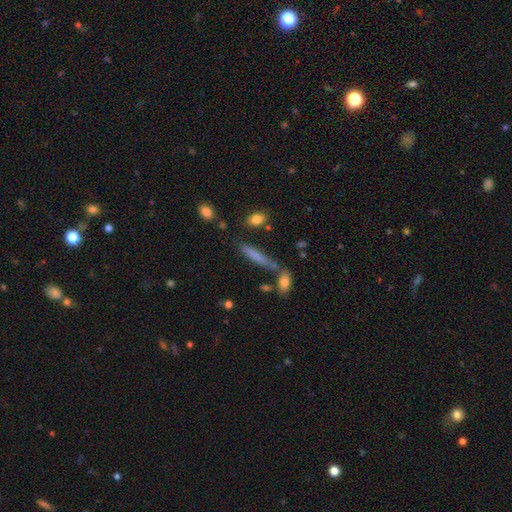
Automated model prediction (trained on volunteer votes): smooth-or-featured: smooth: 71% | featured or disk: 20% | star or artifact: 10%
  how-rounded: cigar-shaped: 86% | in between: 12% | round: 2%
  merging: none: 70% | minor disturbance: 15% | merger: 11% | major disturbance: 5%